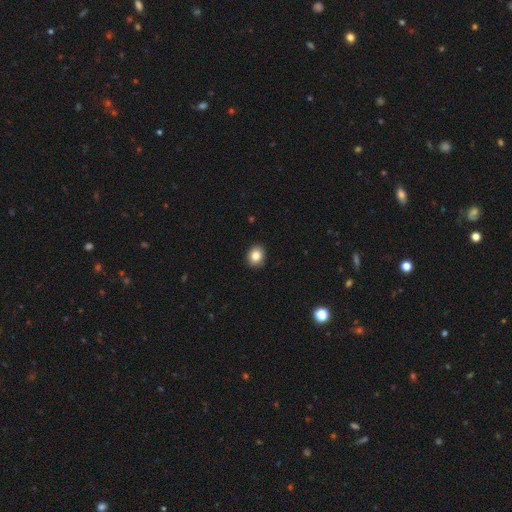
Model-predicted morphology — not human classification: This appears to be a smooth galaxy with no disk features (85%) that is round (54%). Merging: none (90%).